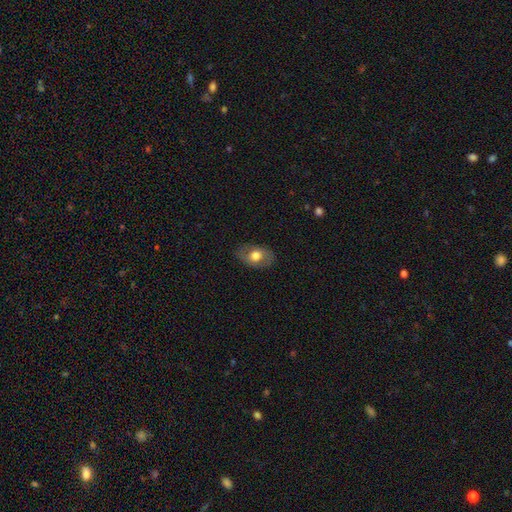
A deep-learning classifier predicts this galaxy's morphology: Smooth or featured: smooth — 65% (featured or disk — 28%)
How rounded: in between — 84% (round — 15%)
Merging: none — 82% (minor disturbance — 14%)